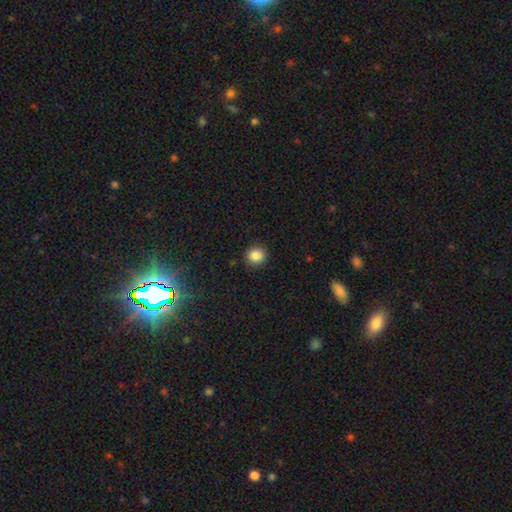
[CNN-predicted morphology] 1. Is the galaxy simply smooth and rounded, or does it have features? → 86% smooth, 10% star or artifact, 4% featured or disk.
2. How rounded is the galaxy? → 90% round, 10% in between, 1% cigar-shaped.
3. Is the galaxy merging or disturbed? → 91% none, 6% minor disturbance, 2% major disturbance, 1% merger.